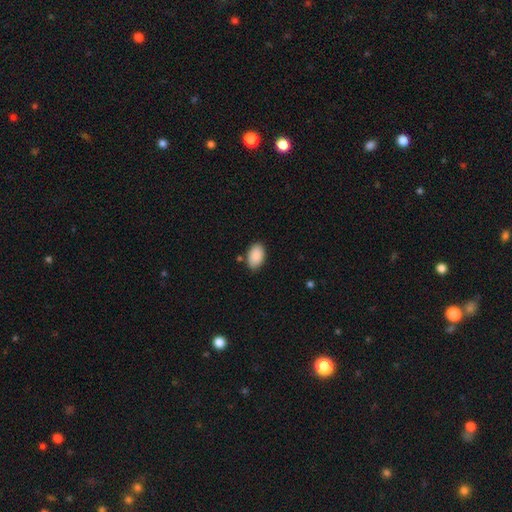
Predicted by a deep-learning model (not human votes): Smooth or featured: smooth — 89% (star or artifact — 6%)
How rounded: in between — 92% (round — 7%)
Merging: none — 82% (minor disturbance — 13%)